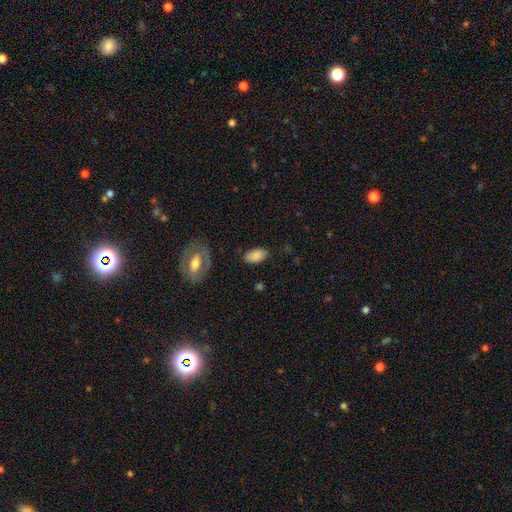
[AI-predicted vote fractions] Morphology: type=smooth (86%); roundness=in between (94%); merging=none (82%).